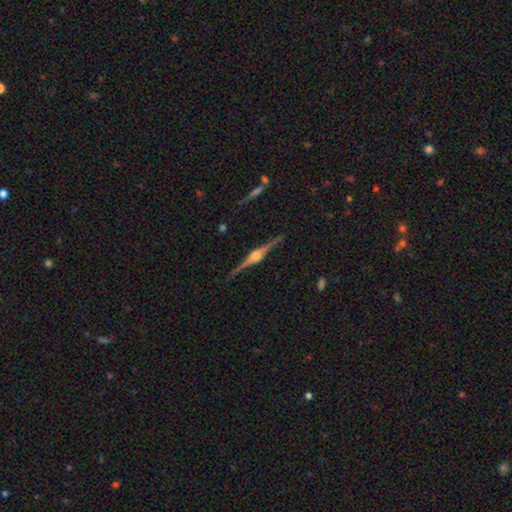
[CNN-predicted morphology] smooth_or_featured: featured or disk (p=0.89) [alt: star or artifact p=0.05]
disk_edge_on: yes (p=0.98) [alt: no p=0.02]
edge_on_bulge: rounded (p=0.89) [alt: boxy p=0.09]
merging: none (p=0.90) [alt: minor disturbance p=0.07]